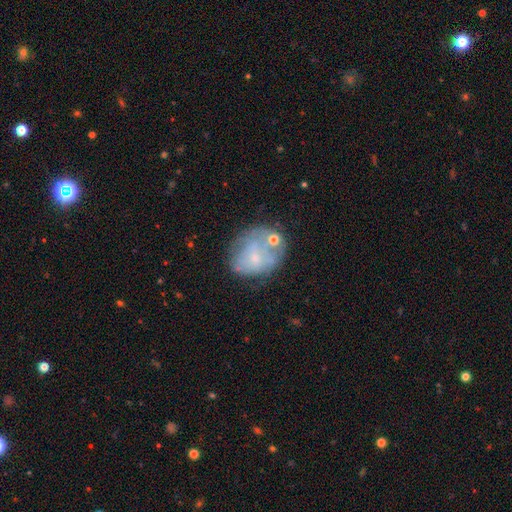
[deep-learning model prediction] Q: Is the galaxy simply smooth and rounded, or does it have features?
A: featured or disk — 48%.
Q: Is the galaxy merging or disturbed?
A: none — 47%.